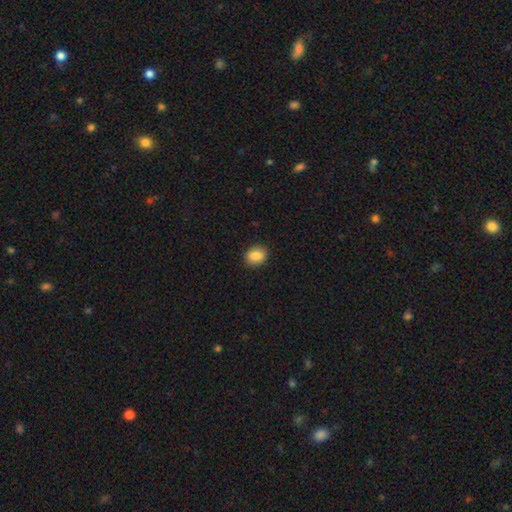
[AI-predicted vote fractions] Morphology: type=smooth (86%); roundness=round (52%); merging=none (89%).